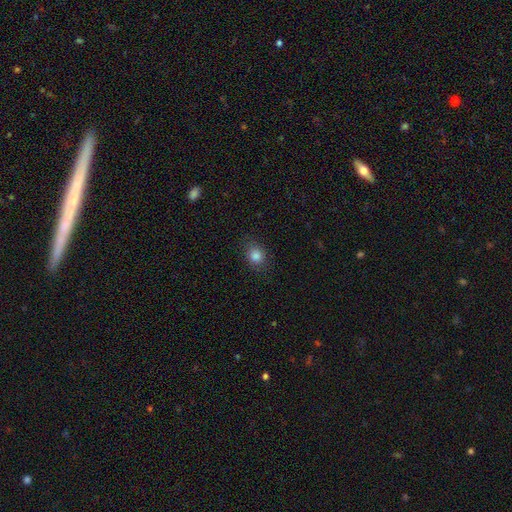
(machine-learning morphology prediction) Smooth or featured? Predicted: smooth (p=0.84). How rounded? Predicted: round (p=0.60). Merging? Predicted: none (p=0.82).